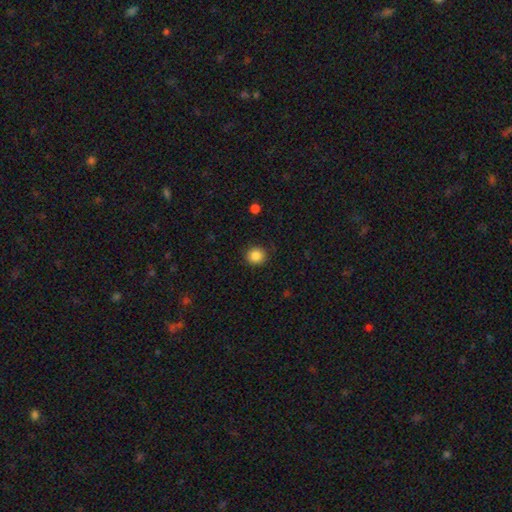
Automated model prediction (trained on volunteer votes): smooth 87%, star or artifact 10%, featured or disk 4%. Down the decision tree: how rounded — round (89%); merging — none (89%).